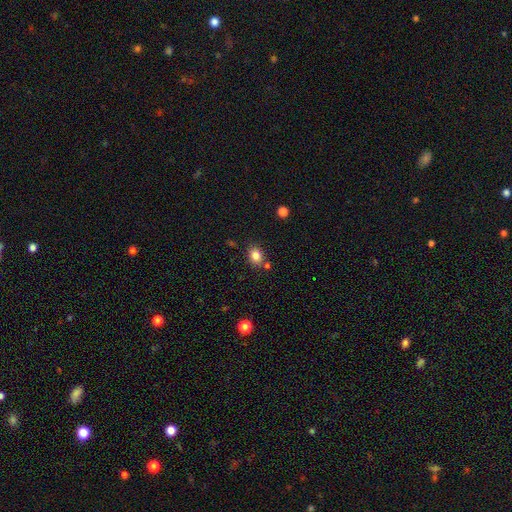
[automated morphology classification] A smooth galaxy with no disk features (82%) that is round (52%). Merging: none (78%).